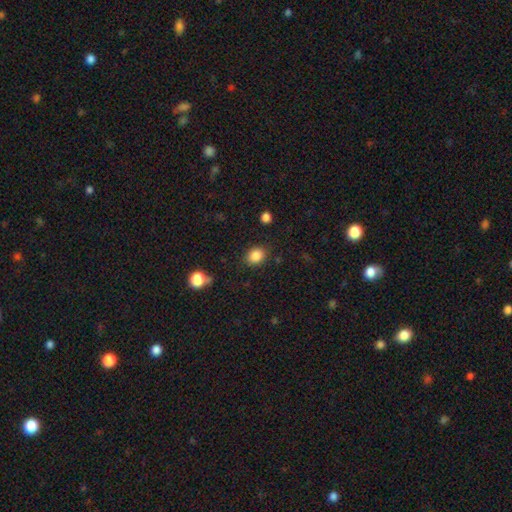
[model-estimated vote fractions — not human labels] A smooth galaxy with no disk features (86%) that is in between round and cigar-shaped (50%). Merging: none (84%).